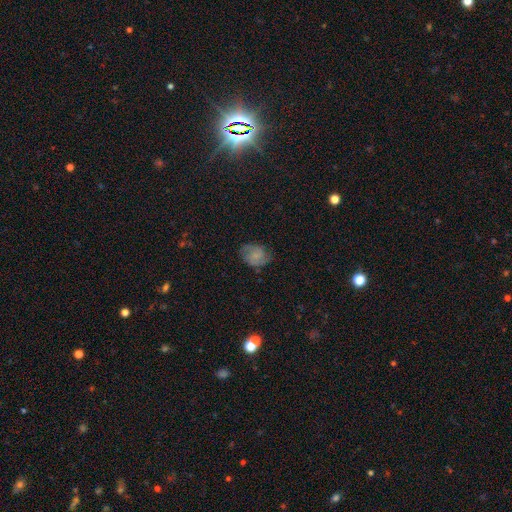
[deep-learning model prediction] Smooth or featured? Predicted: smooth (p=0.52). How rounded? Predicted: in between (p=0.60). Merging? Predicted: none (p=0.66).